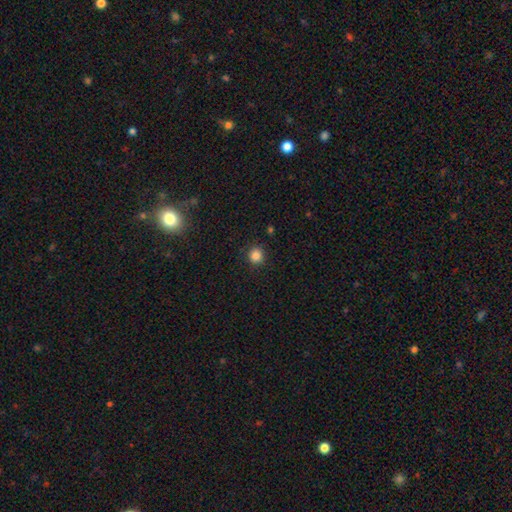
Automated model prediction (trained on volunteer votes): This is clearly a smooth galaxy (85%). How rounded: clearly round (92%). Merging: clearly none (90%).